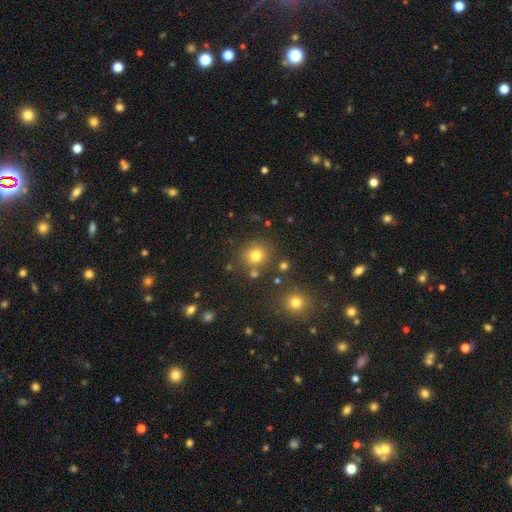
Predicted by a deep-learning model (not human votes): Smooth or featured? smooth (77%)
How rounded? round (85%)
Merging? none (79%)